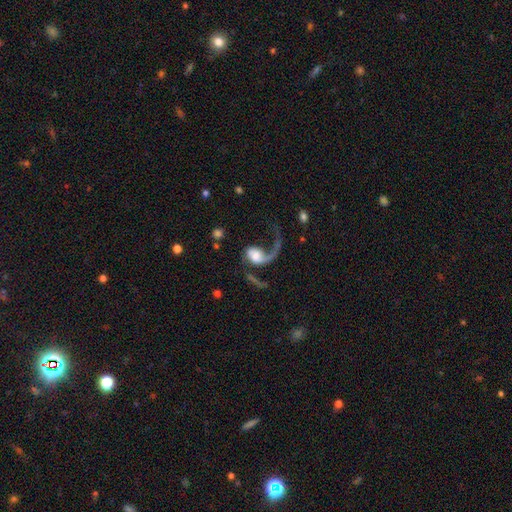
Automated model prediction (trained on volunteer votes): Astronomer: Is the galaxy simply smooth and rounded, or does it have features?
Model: featured or disk — 72%.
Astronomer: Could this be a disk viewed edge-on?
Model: no — 97%.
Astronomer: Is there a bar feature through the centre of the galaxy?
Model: no — 64%.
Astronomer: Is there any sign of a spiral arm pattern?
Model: yes — 90%.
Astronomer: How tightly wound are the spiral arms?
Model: loose — 80%.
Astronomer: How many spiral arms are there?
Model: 1 — 72%.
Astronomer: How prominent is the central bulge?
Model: large — 34% (runner-up: moderate, 31%).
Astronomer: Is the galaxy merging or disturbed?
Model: major disturbance — 52% (runner-up: none, 28%).